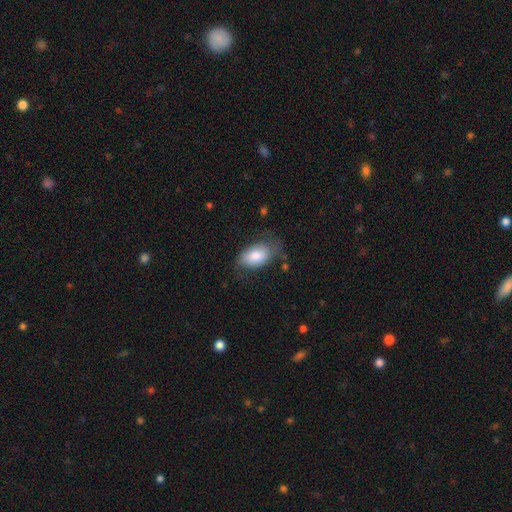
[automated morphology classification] Smooth or featured? smooth (77%)
How rounded? in between (92%)
Merging? none (58%)